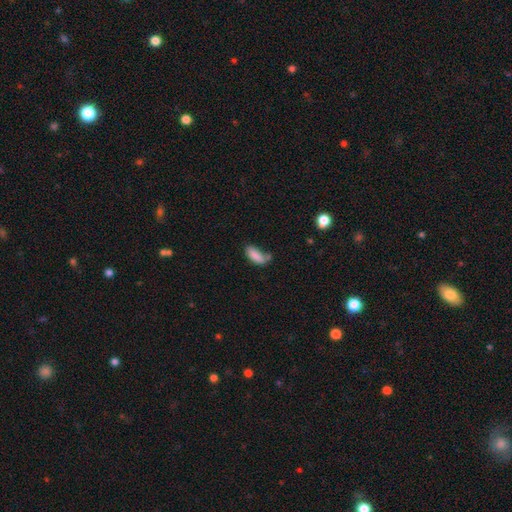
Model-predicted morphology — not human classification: smooth 83%, star or artifact 8%, featured or disk 8%. Down the decision tree: how rounded — in between (74%); merging — none (46%).